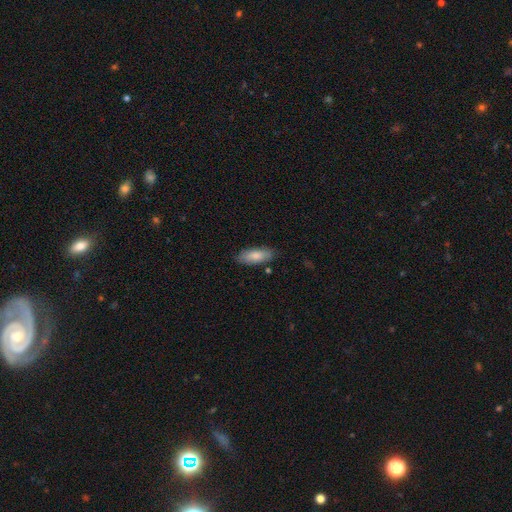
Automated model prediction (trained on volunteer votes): smooth 81%, featured or disk 13%, star or artifact 6%. Down the decision tree: how rounded — in between (78%); merging — none (82%).